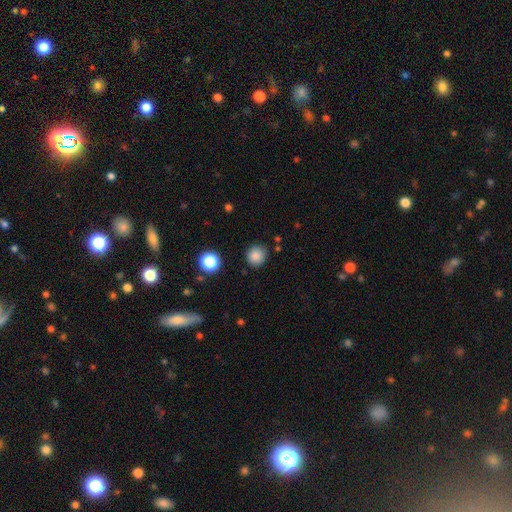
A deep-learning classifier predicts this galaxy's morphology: The model was most divided on "smooth or featured": smooth: 85%, star or artifact: 11%, featured or disk: 4%. More confident: how rounded — round (91%); merging — none (87%).